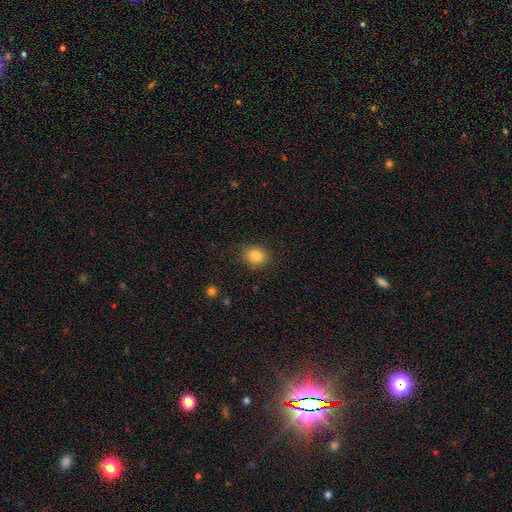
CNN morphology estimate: This appears to be a smooth galaxy with no disk features (84%) that is round (66%). Merging: none (86%).